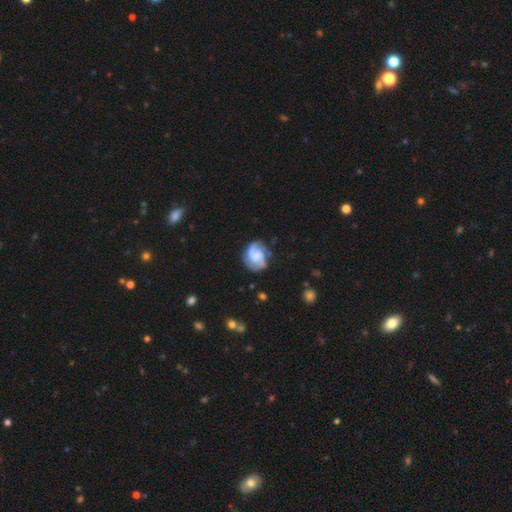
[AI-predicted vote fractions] smooth-or-featured: featured or disk: 75% | smooth: 18% | star or artifact: 6%
  disk-edge-on: no: 98% | yes: 2%
    bar: no: 47% | weak: 42% | strong: 10%
    has-spiral-arms: yes: 95% | no: 5%
      spiral-winding: medium: 47% | tight: 30% | loose: 22%
      spiral-arm-count: 2: 65% | 3: 17% | can't tell: 10% | 1: 4% | 4: 3% | more than 4: 2%
    bulge-size: small: 32% | none: 31% | moderate: 27% | large: 9% | dominant: 2%
  merging: none: 72% | minor disturbance: 18% | major disturbance: 8% | merger: 2%